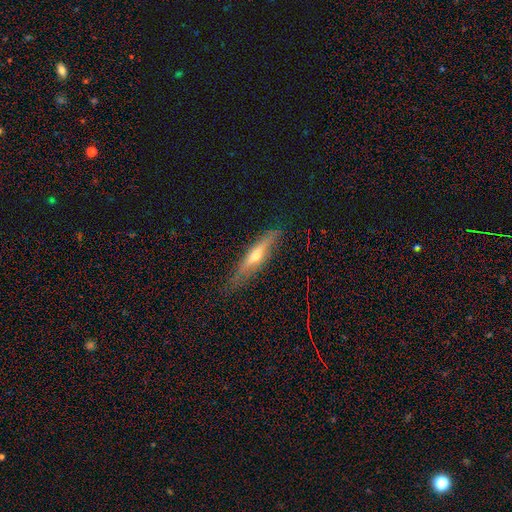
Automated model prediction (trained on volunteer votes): smooth_or_featured: featured or disk (p=0.60) [alt: smooth p=0.33]
disk_edge_on: yes (p=0.89) [alt: no p=0.11]
edge_on_bulge: rounded (p=0.84) [alt: none p=0.12]
merging: none (p=0.79) [alt: minor disturbance p=0.16]